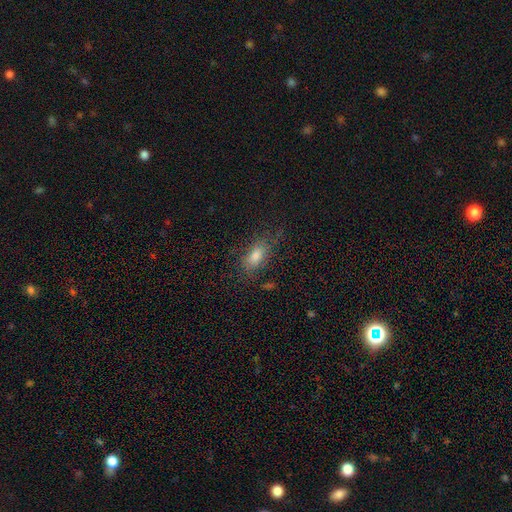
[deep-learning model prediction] Smooth or featured? smooth (74%)
How rounded? in between (83%)
Merging? none (69%)